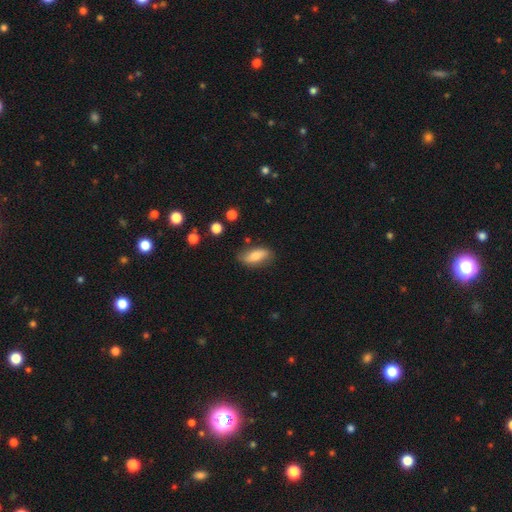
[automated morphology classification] Smooth or featured? smooth (74%)
How rounded? in between (78%)
Merging? none (75%)